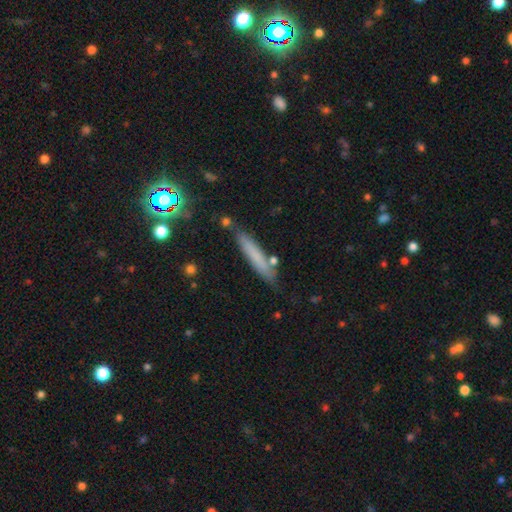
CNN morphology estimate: type=smooth (66%); roundness=cigar-shaped (91%); merging=none (78%).